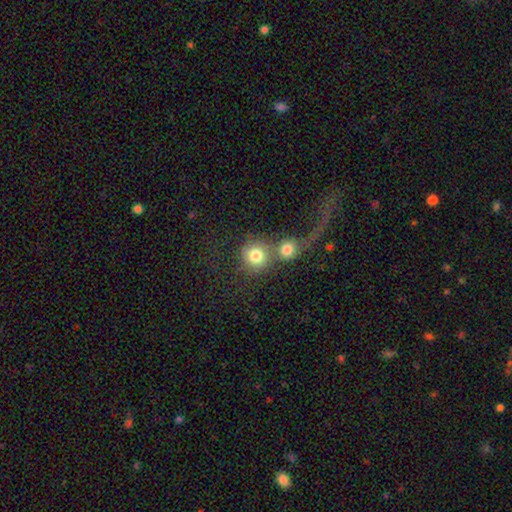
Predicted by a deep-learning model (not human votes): Smooth or featured? Predicted: smooth (p=0.76). How rounded? Predicted: round (p=0.88). Merging? Predicted: merger (p=0.57).